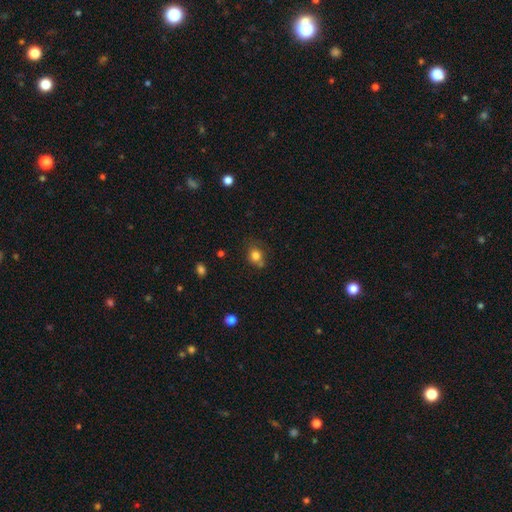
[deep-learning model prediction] smooth 81%, star or artifact 12%, featured or disk 8%. Down the decision tree: how rounded — round (65%); merging — none (61%).